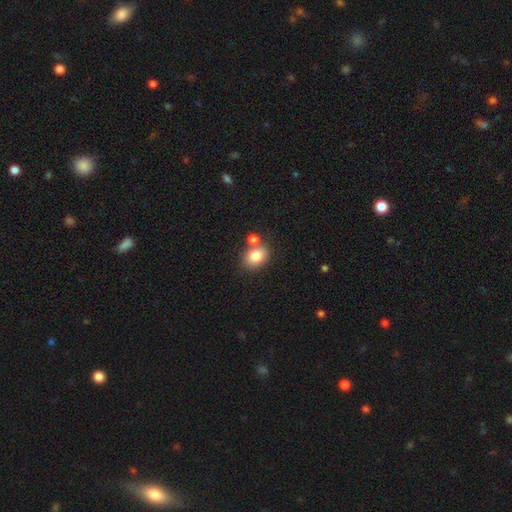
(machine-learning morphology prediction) This appears to be a smooth galaxy with no disk features (81%) that is in between round and cigar-shaped (53%). Merging: none (63%).